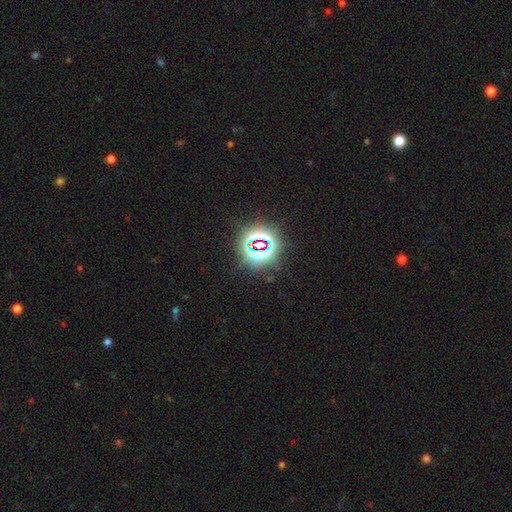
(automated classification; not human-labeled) Smooth or featured? Predicted: star or artifact (p=0.80).